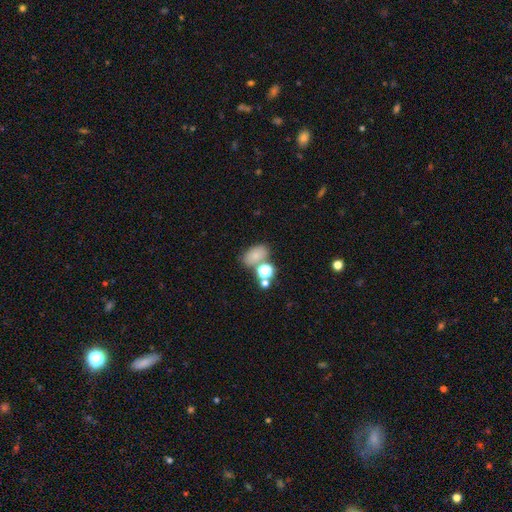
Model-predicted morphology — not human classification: Overall: smooth (73%). How rounded: in between (81%). Merging: none (59%; merger 22%).